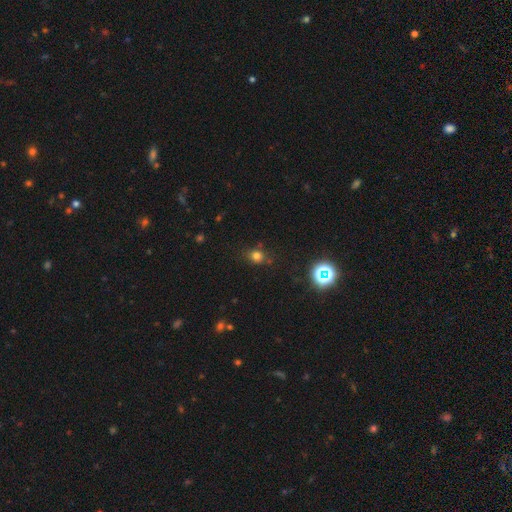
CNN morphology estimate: Smooth or featured? smooth (71%)
How rounded? round (72%)
Merging? none (78%)